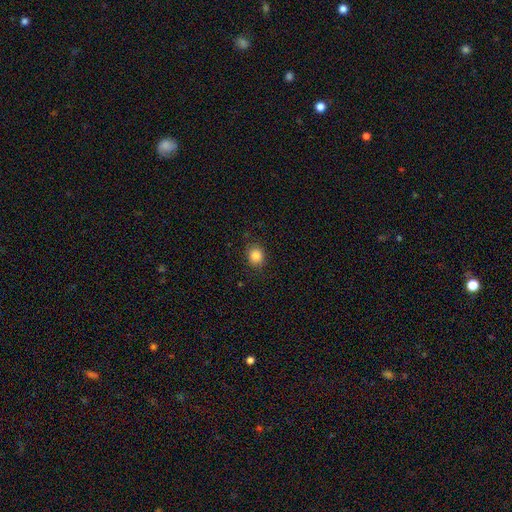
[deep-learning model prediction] Smooth or featured?
  - smooth: 86% *
  - star or artifact: 10%
  - featured or disk: 4%
How rounded?
  - round: 70% *
  - in between: 29%
  - cigar-shaped: 1%
Merging?
  - none: 86% *
  - minor disturbance: 10%
  - major disturbance: 3%
  - merger: 1%